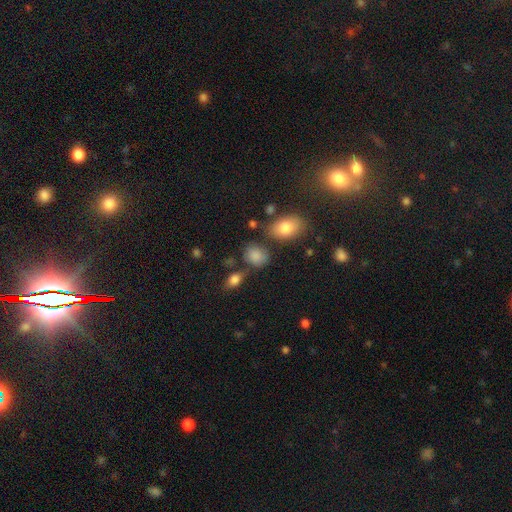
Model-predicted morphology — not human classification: Smooth or featured: smooth — 83% (star or artifact — 10%)
How rounded: in between — 55% (round — 44%)
Merging: none — 65% (minor disturbance — 20%)